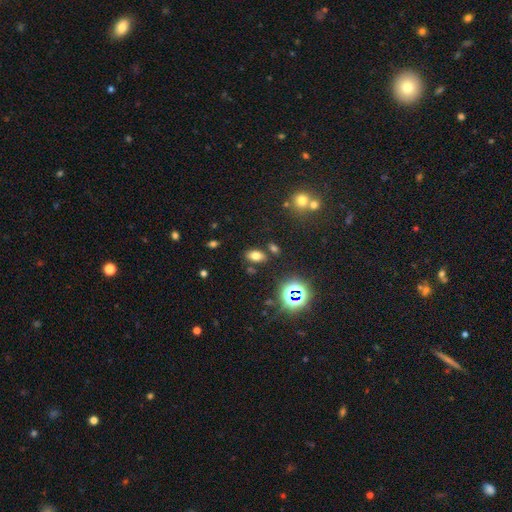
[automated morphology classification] A smooth galaxy with no disk features (67%) that is in between round and cigar-shaped (88%). Merging: none (79%).